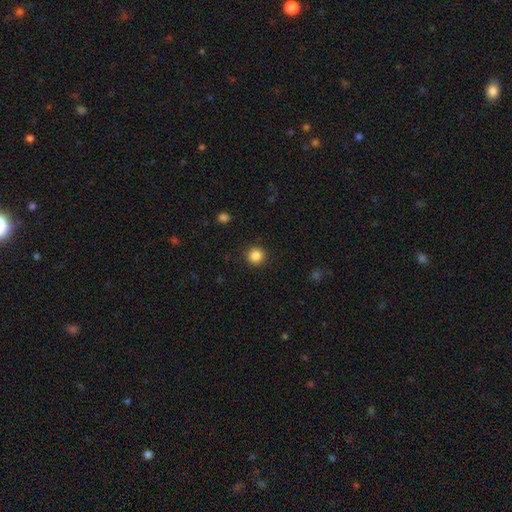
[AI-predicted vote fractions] Smooth or featured? Predicted: smooth (p=0.85). How rounded? Predicted: round (p=0.94). Merging? Predicted: none (p=0.92).